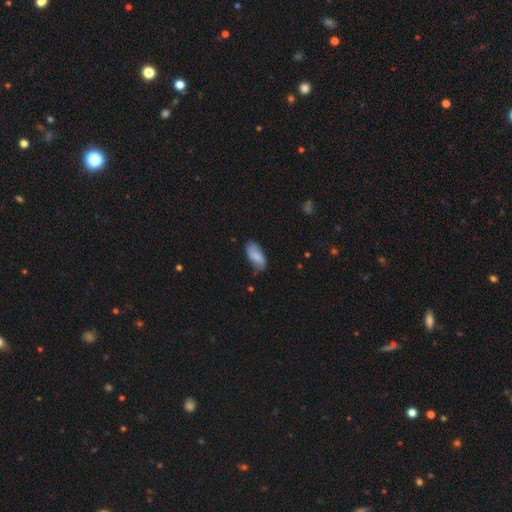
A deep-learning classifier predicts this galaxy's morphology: Smooth or featured?
  - smooth: 78% *
  - featured or disk: 16%
  - star or artifact: 7%
How rounded?
  - in between: 91% *
  - cigar-shaped: 7%
  - round: 2%
Merging?
  - none: 70% *
  - minor disturbance: 24%
  - major disturbance: 5%
  - merger: 2%